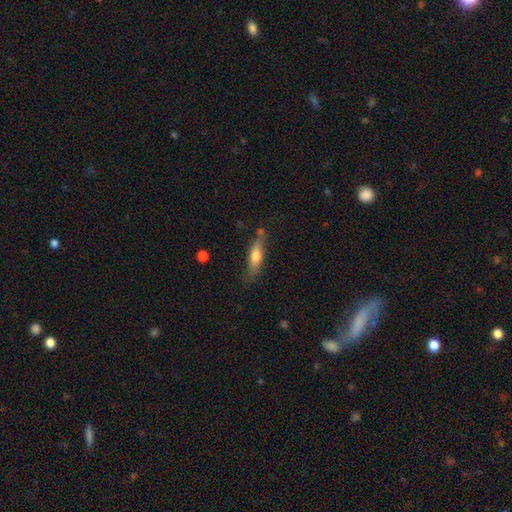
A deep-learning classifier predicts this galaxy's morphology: The model was most divided on "how rounded": cigar-shaped: 60%, in between: 38%, round: 2%. More confident: merging — none (69%); smooth or featured — smooth (65%).